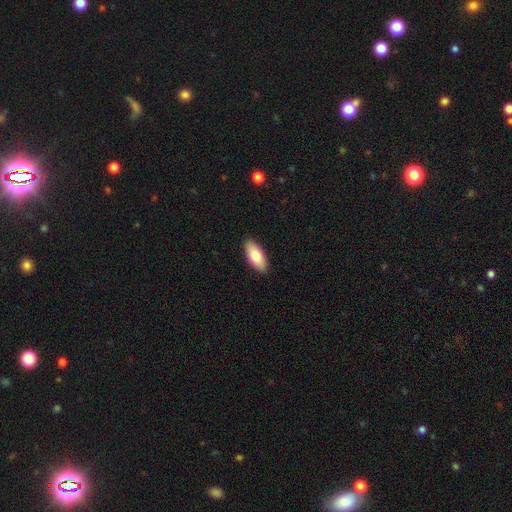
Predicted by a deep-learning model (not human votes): smooth-or-featured: smooth: 81% | featured or disk: 14% | star or artifact: 6%
  how-rounded: in between: 85% | cigar-shaped: 13% | round: 2%
  merging: none: 90% | minor disturbance: 8% | major disturbance: 2% | merger: 1%